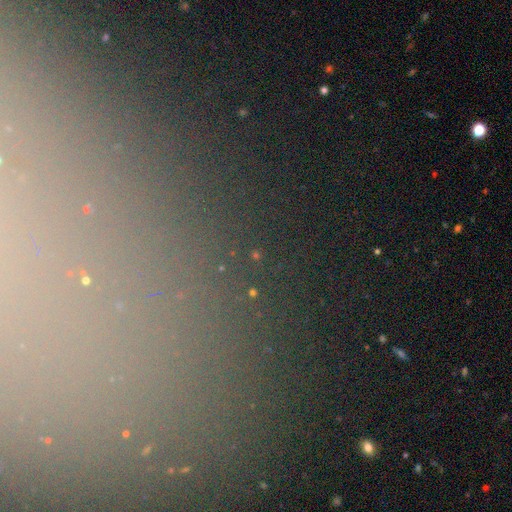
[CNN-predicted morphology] Overall: star or artifact (73%).